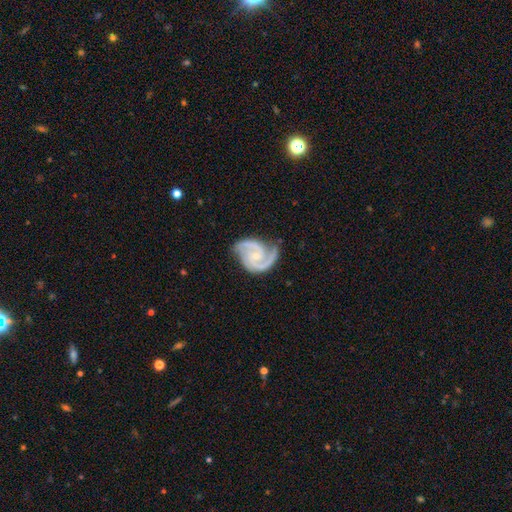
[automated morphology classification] Smooth or featured? Predicted: featured or disk (p=0.93). Edge-on disk? Predicted: no (p=0.98). Bar? Predicted: no (p=0.61). Spiral arms? Predicted: yes (p=0.99). Spiral winding? Predicted: medium (p=0.53). Spiral arm count? Predicted: 2 (p=0.84). Bulge size? Predicted: small (p=0.67). Merging? Predicted: none (p=0.69).